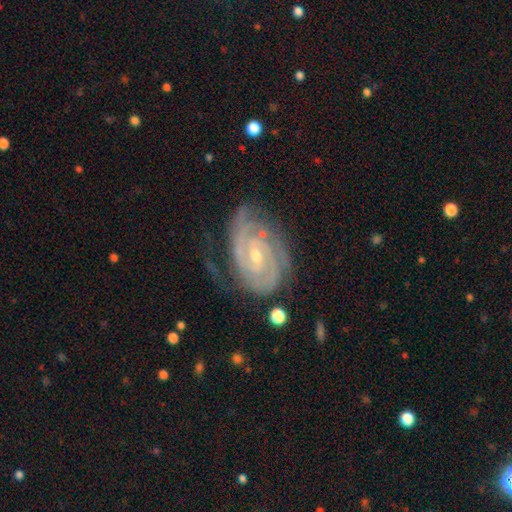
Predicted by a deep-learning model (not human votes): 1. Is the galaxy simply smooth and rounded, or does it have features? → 91% featured or disk, 5% star or artifact, 4% smooth.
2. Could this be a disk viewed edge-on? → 97% no, 3% yes.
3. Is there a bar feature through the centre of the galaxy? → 44% no, 41% weak, 15% strong.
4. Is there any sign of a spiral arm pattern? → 98% yes, 2% no.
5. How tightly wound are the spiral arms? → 77% tight, 20% medium, 3% loose.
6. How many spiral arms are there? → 47% 2, 22% 3, 14% can't tell, 8% 4, 4% more than 4, 4% 1.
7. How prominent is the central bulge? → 58% small, 40% moderate, 1% large, 1% none, 1% dominant.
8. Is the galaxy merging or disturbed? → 67% none, 22% minor disturbance, 9% major disturbance, 2% merger.